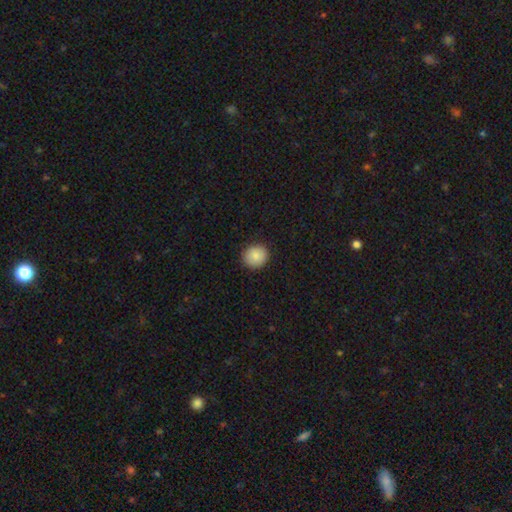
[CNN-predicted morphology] Overall: smooth (84%). How rounded: round (89%). Merging: none (90%).